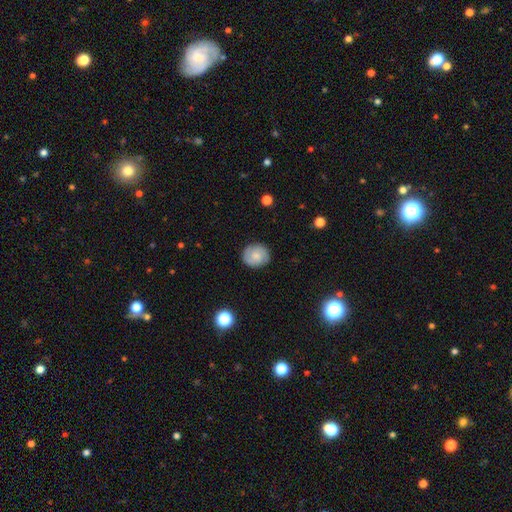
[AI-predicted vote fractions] The model was most divided on "smooth or featured": featured or disk: 48%, smooth: 44%, star or artifact: 9%. More confident: merging — none (85%).